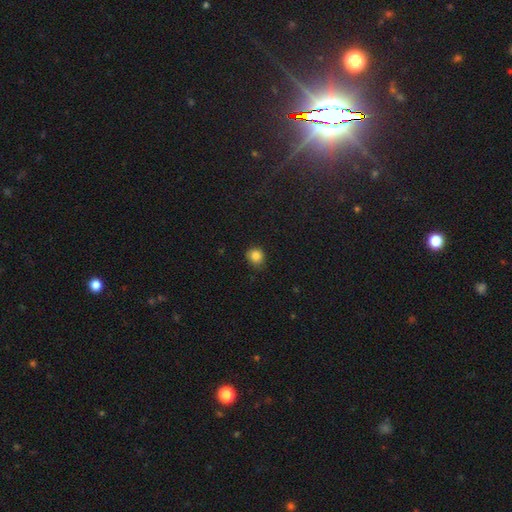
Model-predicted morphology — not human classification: The model was most divided on "merging": none: 80%, minor disturbance: 16%, major disturbance: 3%, merger: 1%. More confident: smooth or featured — smooth (84%); how rounded — round (83%).